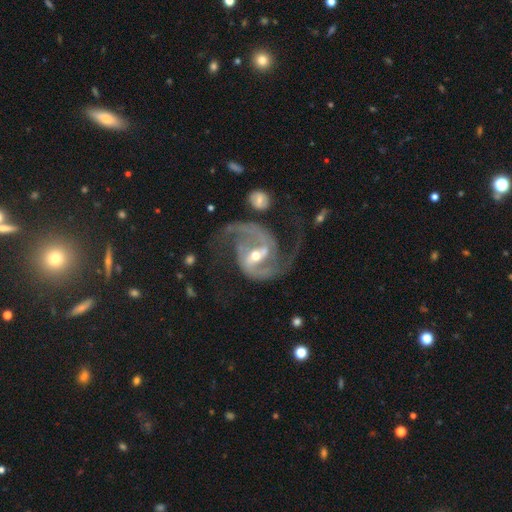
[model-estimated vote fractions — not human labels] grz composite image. It shows a featured or disk galaxy (93%) with a strong bar (42%), 2 (93%) medium (52%) spiral arms (98%) and a moderate central bulge (61%). Merging: none (60%).